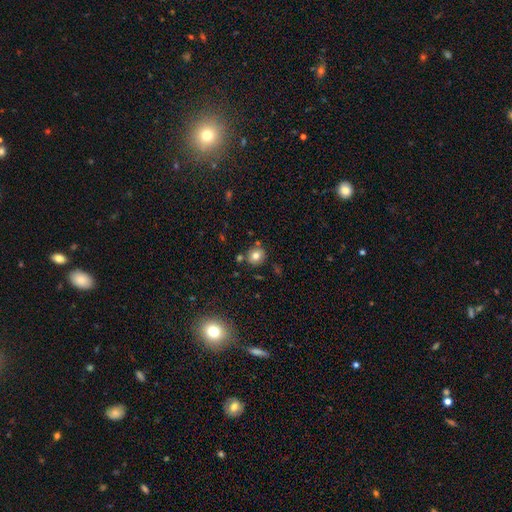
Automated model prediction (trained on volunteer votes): smooth-or-featured: smooth: 78% | star or artifact: 12% | featured or disk: 10%
  how-rounded: round: 83% | in between: 16% | cigar-shaped: 1%
  merging: none: 80% | minor disturbance: 11% | merger: 7% | major disturbance: 3%